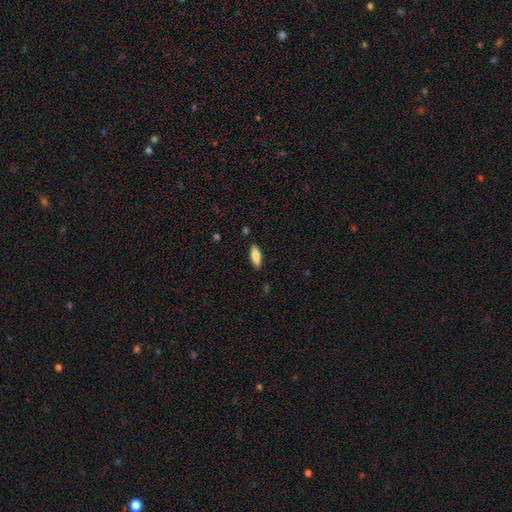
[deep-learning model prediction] smooth 83%, featured or disk 11%, star or artifact 6%. Down the decision tree: how rounded — in between (67%); merging — none (87%).